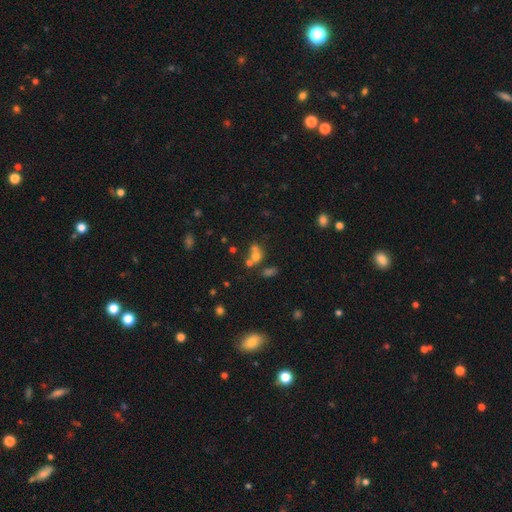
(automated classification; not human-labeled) smooth_or_featured: smooth (p=0.61) [alt: star or artifact p=0.20]
how_rounded: round (p=0.55) [alt: in between p=0.43]
merging: merger (p=0.53) [alt: none p=0.30]